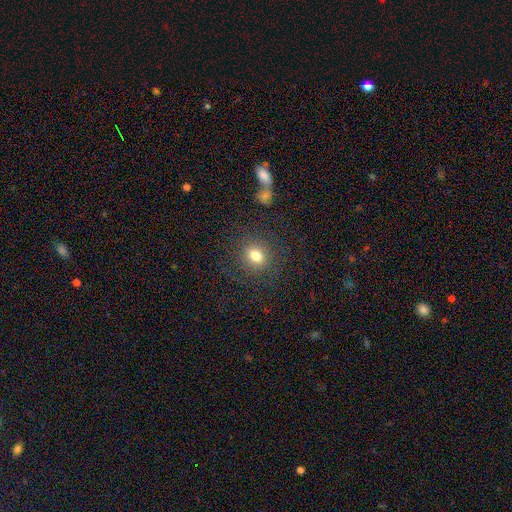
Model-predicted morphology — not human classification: smooth_or_featured: smooth (p=0.78) [alt: star or artifact p=0.14]
how_rounded: round (p=0.71) [alt: in between p=0.28]
merging: none (p=0.85) [alt: minor disturbance p=0.08]